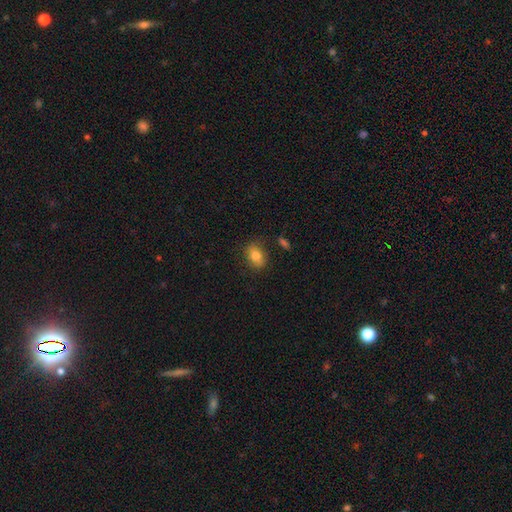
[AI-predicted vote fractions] This is clearly a smooth galaxy (80%). How rounded: likely in between (78%). Merging: likely none (78%).